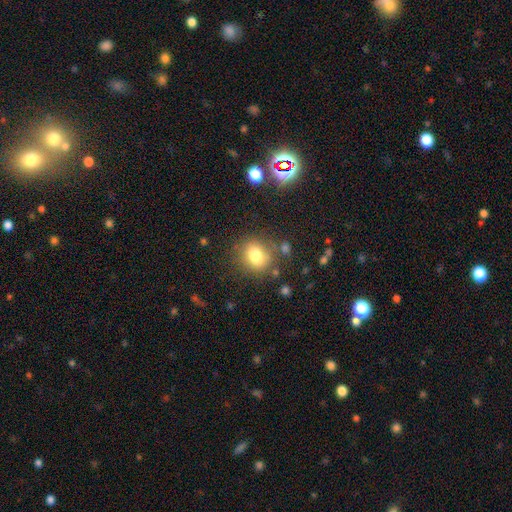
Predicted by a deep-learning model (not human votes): smooth 78%, star or artifact 11%, featured or disk 10%. Down the decision tree: how rounded — round (66%); merging — none (77%).